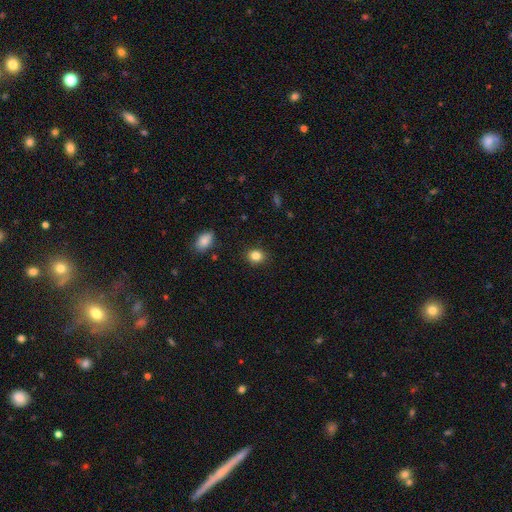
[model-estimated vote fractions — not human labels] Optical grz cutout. It shows a smooth galaxy with no disk features (84%) that is round (66%). Merging: none (89%).